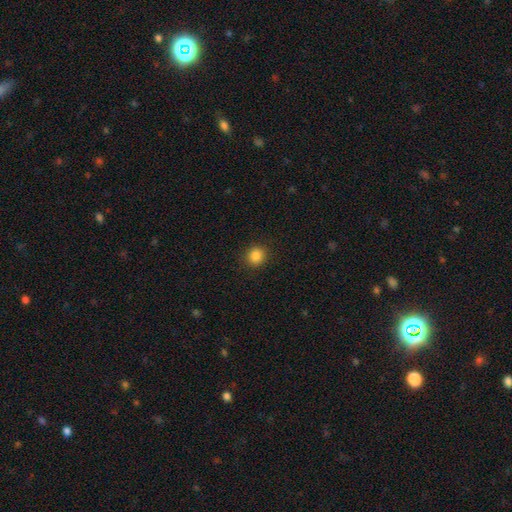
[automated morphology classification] smooth-or-featured: smooth: 86% | star or artifact: 11% | featured or disk: 3%
  how-rounded: round: 84% | in between: 15% | cigar-shaped: 1%
  merging: none: 90% | minor disturbance: 7% | major disturbance: 2% | merger: 1%